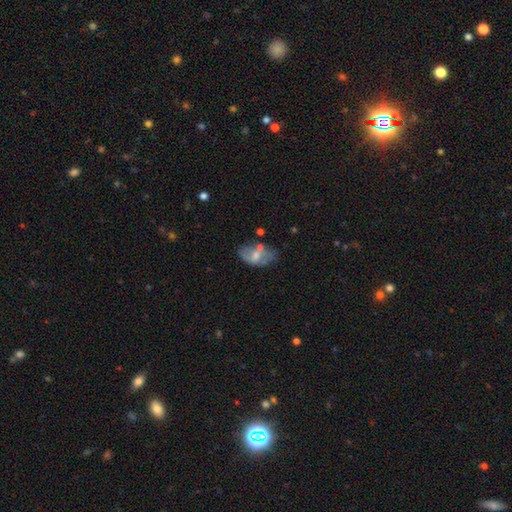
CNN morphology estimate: type=smooth (49%); merging=none (42%).